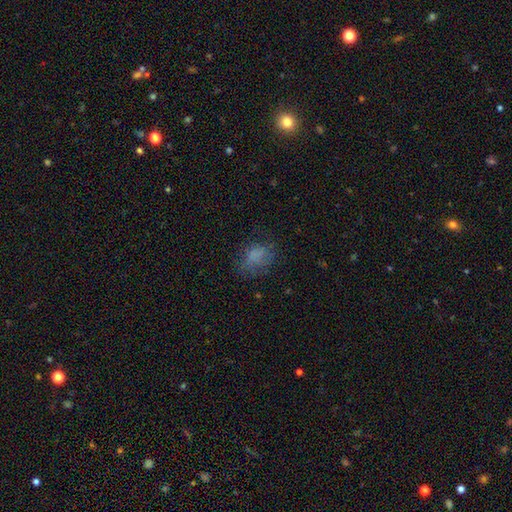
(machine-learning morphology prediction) smooth 61%, featured or disk 24%, star or artifact 16%. Down the decision tree: how rounded — in between (69%); merging — none (57%).